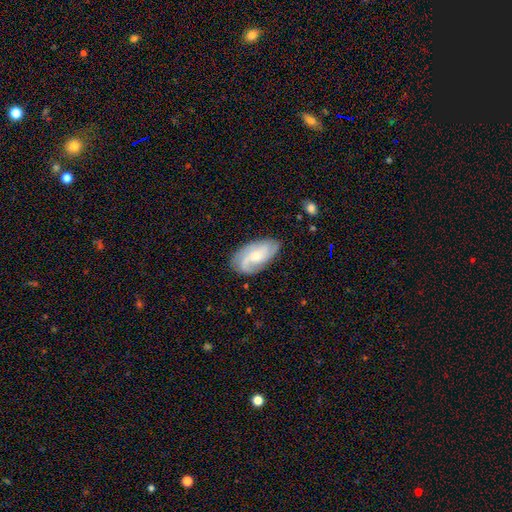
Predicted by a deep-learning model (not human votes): Smooth or featured? Predicted: featured or disk (p=0.75). Edge-on disk? Predicted: no (p=0.96). Bar? Predicted: no (p=0.62). Spiral arms? Predicted: yes (p=0.96). Spiral winding? Predicted: medium (p=0.44). Spiral arm count? Predicted: 3 (p=0.37). Bulge size? Predicted: small (p=0.52). Merging? Predicted: none (p=0.76).